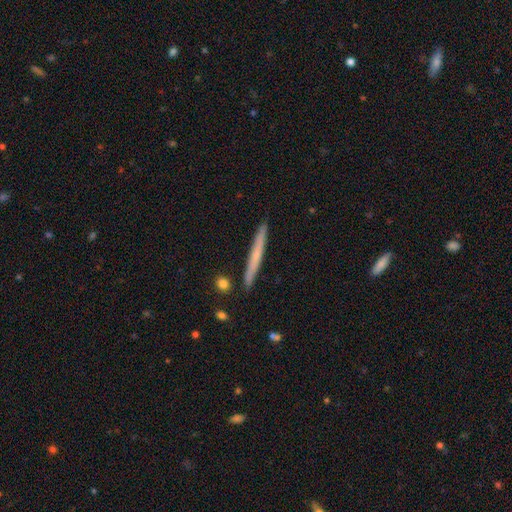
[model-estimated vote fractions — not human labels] Smooth or featured? smooth (52%)
How rounded? cigar-shaped (97%)
Merging? none (90%)